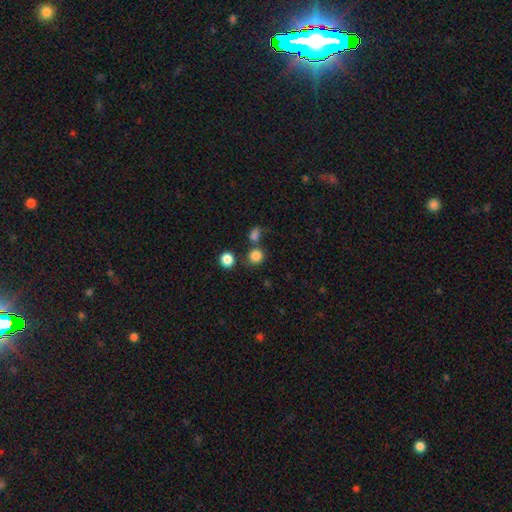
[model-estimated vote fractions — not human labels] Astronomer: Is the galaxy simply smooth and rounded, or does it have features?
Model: smooth — 83%.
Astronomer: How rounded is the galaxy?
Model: round — 87%.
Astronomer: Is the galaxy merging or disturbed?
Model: none — 66%.